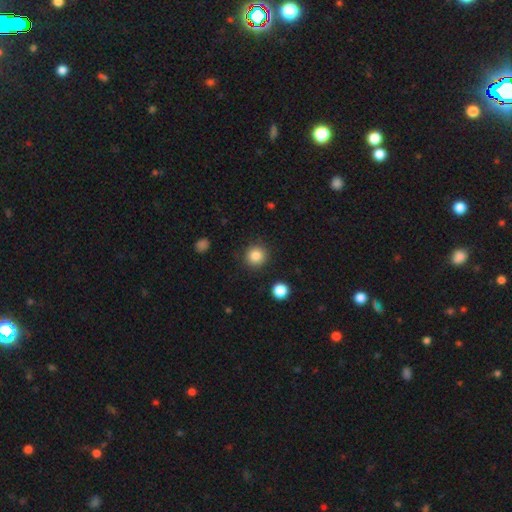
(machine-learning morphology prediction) This is clearly a smooth galaxy (85%). How rounded: clearly round (94%). Merging: clearly none (90%).